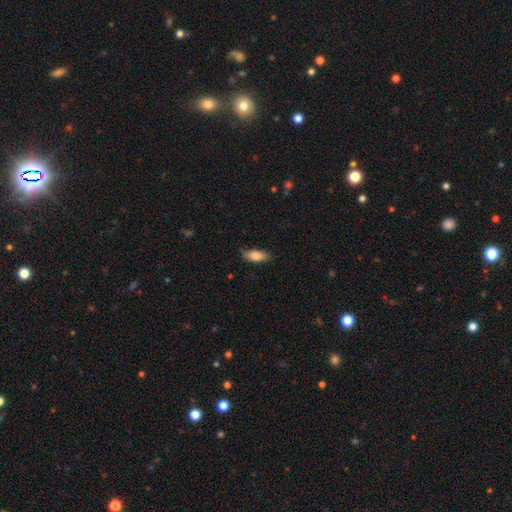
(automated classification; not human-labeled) Smooth or featured: smooth — 78% (featured or disk — 16%)
How rounded: in between — 77% (cigar-shaped — 21%)
Merging: none — 81% (minor disturbance — 15%)